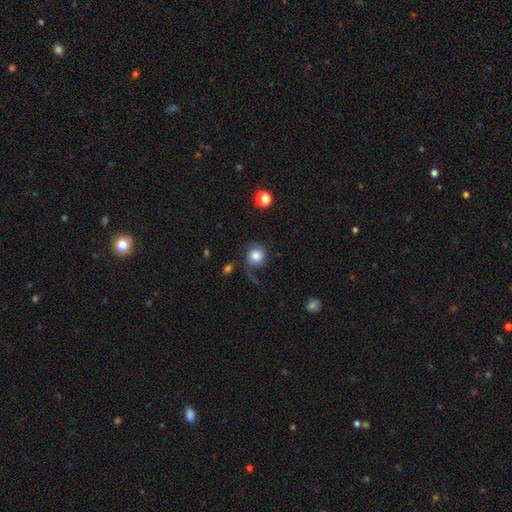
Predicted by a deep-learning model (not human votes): Morphology: type=smooth (64%); roundness=round (82%); merging=none (53%).